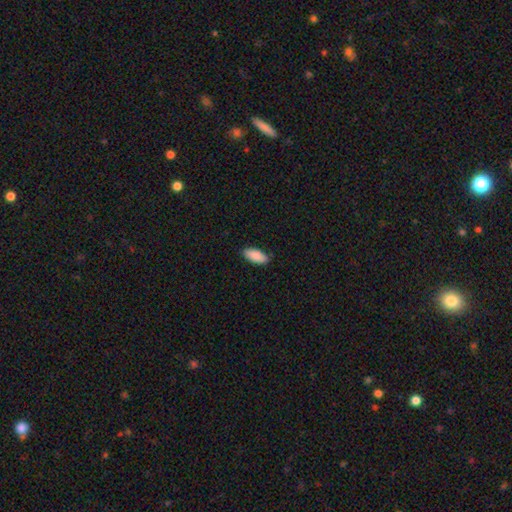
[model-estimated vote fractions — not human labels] Smooth or featured? smooth (90%)
How rounded? in between (86%)
Merging? none (87%)